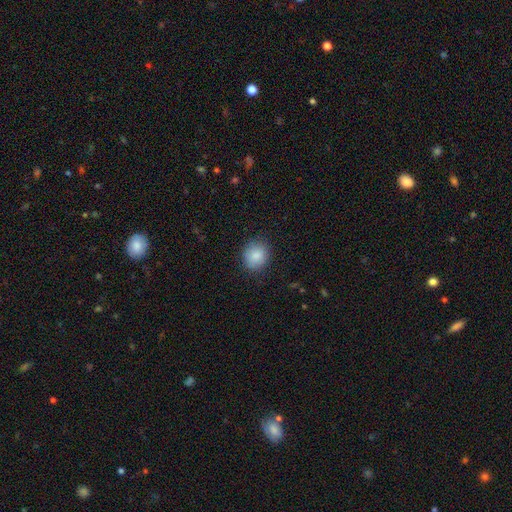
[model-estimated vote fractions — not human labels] Smooth or featured?
  - smooth: 86% *
  - star or artifact: 8%
  - featured or disk: 6%
How rounded?
  - round: 77% *
  - in between: 23%
  - cigar-shaped: 1%
Merging?
  - none: 84% *
  - minor disturbance: 12%
  - major disturbance: 3%
  - merger: 1%